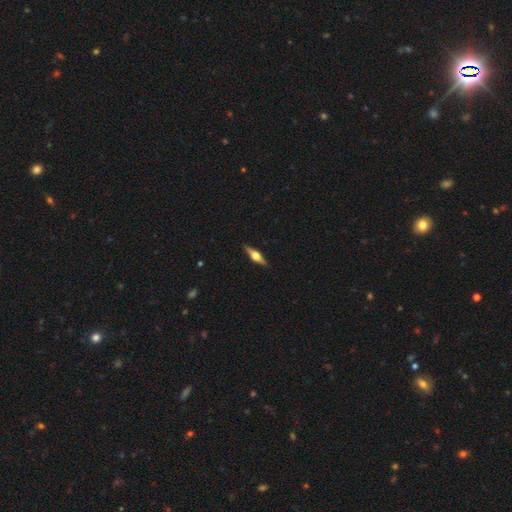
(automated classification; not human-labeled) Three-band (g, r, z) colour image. It shows a featured or disk galaxy (70%) viewed edge-on (97%) with a rounded central bulge (93%). Merging: none (90%).